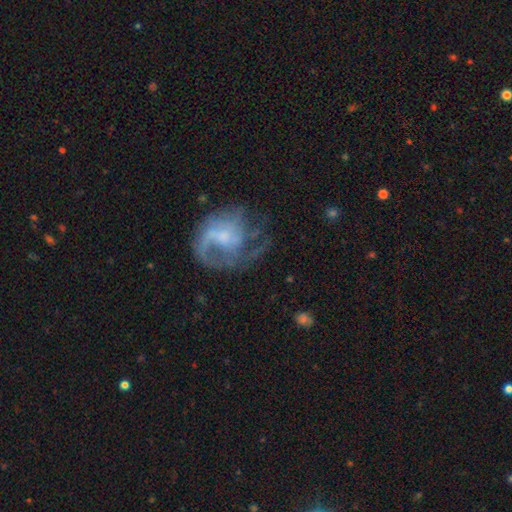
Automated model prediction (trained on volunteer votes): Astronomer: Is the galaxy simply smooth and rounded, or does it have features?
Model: featured or disk — 68%.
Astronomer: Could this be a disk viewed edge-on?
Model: no — 97%.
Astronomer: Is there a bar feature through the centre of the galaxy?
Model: no — 58% (runner-up: weak, 34%).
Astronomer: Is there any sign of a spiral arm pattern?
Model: yes — 84%.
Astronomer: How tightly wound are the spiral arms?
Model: medium — 41% (runner-up: tight, 36%).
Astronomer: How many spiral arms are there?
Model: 2 — 29% (runner-up: can't tell, 28%).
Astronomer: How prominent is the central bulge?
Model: small — 51% (runner-up: moderate, 29%).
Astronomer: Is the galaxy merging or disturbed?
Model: none — 54%.